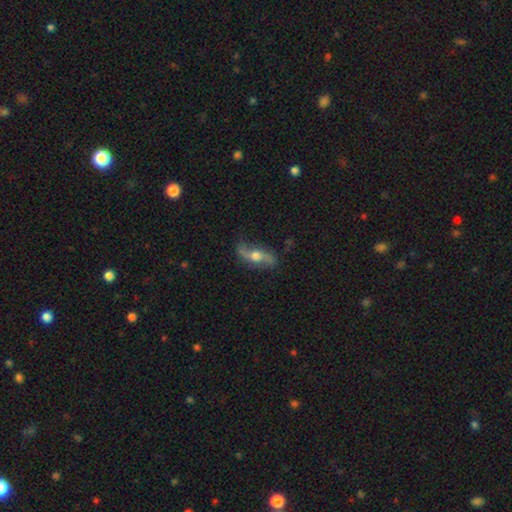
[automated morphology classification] Q: Smooth or featured?
A: featured or disk (71%); runner-up: smooth (21%)
Q: Edge-on disk?
A: no (72%); runner-up: yes (28%)
Q: Bar?
A: no (59%); runner-up: weak (26%)
Q: Spiral arms?
A: yes (88%); runner-up: no (12%)
Q: Bulge size?
A: moderate (67%); runner-up: large (17%)
Q: Merging?
A: none (75%); runner-up: minor disturbance (17%)